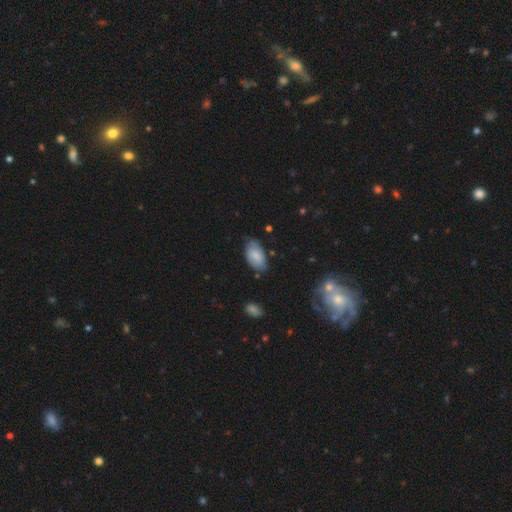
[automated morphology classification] Smooth or featured?
  - smooth: 77% *
  - featured or disk: 16%
  - star or artifact: 7%
How rounded?
  - in between: 94% *
  - round: 4%
  - cigar-shaped: 2%
Merging?
  - none: 65% *
  - minor disturbance: 27%
  - major disturbance: 5%
  - merger: 2%